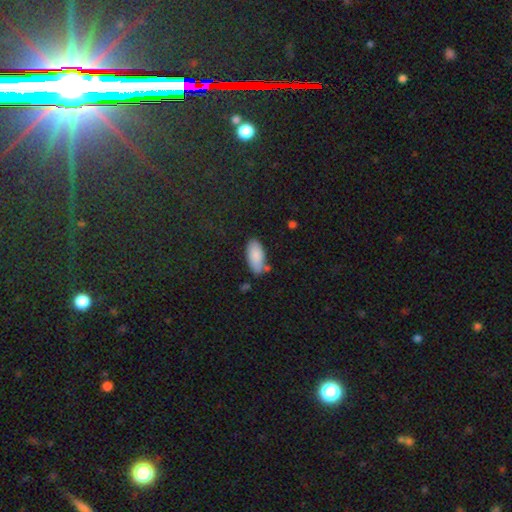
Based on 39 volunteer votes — smooth 95%, star or artifact 5%, featured or disk 0%. Down the decision tree: how rounded — in between (84%); merging — none (70%).